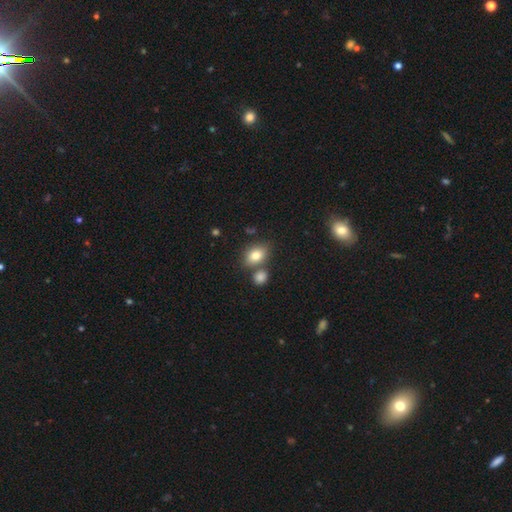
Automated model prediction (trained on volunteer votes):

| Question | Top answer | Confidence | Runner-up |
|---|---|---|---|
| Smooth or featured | smooth | 80% | featured or disk (11%) |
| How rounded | in between | 69% | round (30%) |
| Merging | none | 61% | merger (23%) |